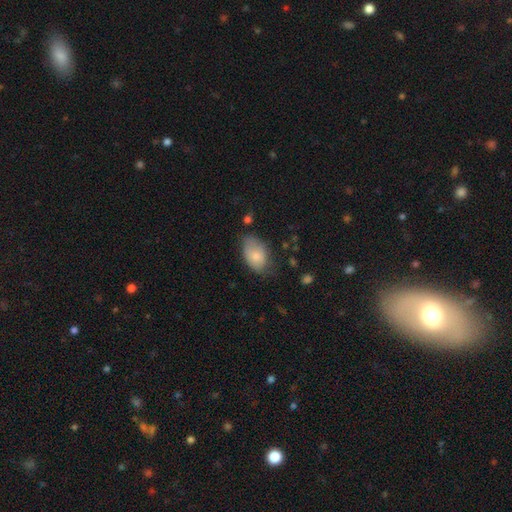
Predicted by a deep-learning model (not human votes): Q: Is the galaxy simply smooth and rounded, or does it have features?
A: smooth — 79%.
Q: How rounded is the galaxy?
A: in between — 89%.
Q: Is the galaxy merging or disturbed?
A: none — 54%.